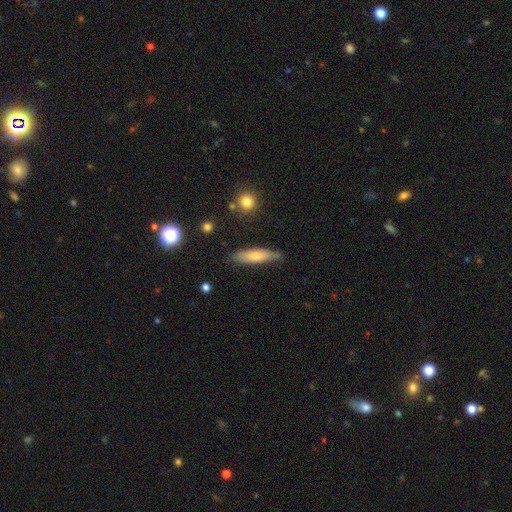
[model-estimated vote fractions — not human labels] A smooth galaxy with no disk features (67%) that is cigar-shaped (75%). Merging: none (76%).